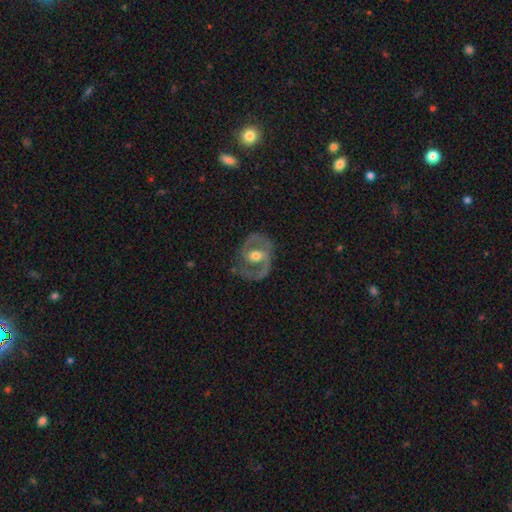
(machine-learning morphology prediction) Q: Smooth or featured?
A: featured or disk (79%); runner-up: smooth (16%)
Q: Edge-on disk?
A: no (97%); runner-up: yes (3%)
Q: Bar?
A: weak (42%); runner-up: no (37%)
Q: Spiral arms?
A: yes (80%); runner-up: no (20%)
Q: Spiral winding?
A: medium (54%); runner-up: tight (26%)
Q: Spiral arm count?
A: 2 (82%); runner-up: 1 (7%)
Q: Bulge size?
A: moderate (70%); runner-up: small (20%)
Q: Merging?
A: none (70%); runner-up: minor disturbance (17%)